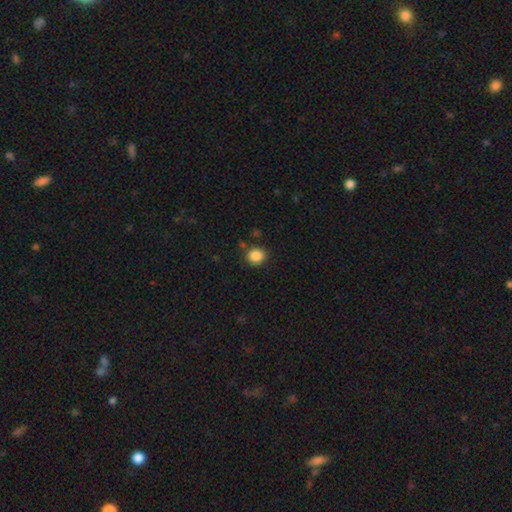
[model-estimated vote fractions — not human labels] A smooth galaxy with no disk features (87%) that is round (77%). Merging: none (84%).